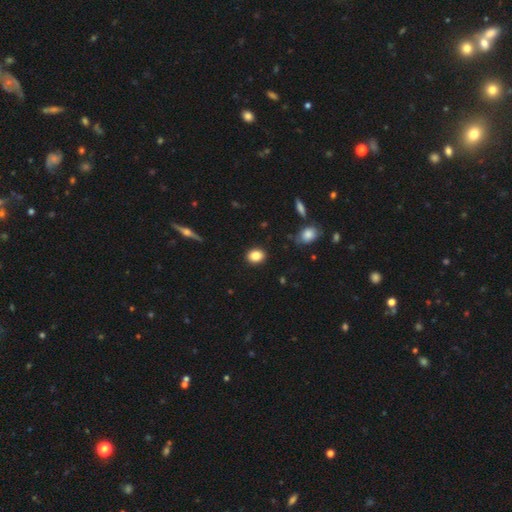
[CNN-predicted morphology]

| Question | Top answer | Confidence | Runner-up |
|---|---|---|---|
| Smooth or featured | smooth | 84% | star or artifact (9%) |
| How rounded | round | 51% | in between (48%) |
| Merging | none | 90% | minor disturbance (7%) |